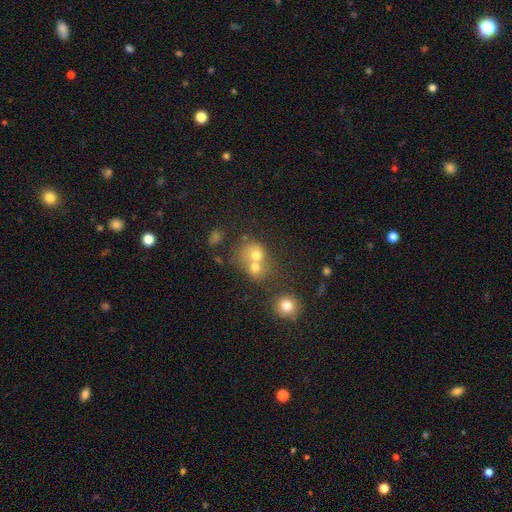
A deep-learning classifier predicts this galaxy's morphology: Overall: smooth (68%). How rounded: round (72%). Merging: merger (59%; none 30%).